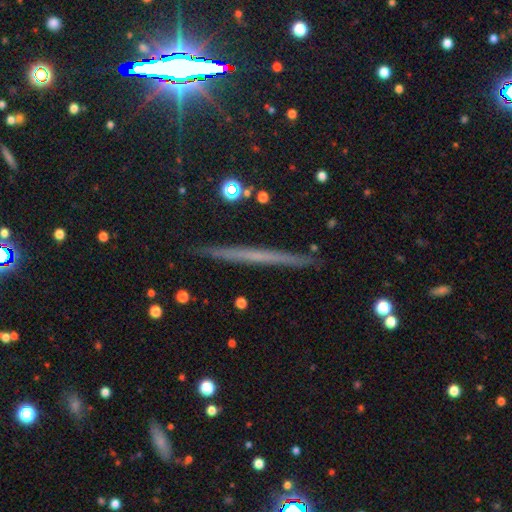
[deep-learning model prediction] Morphology: type=featured or disk (55%); edge-on=yes (96%); edge-on bulge=none (83%); merging=none (89%).